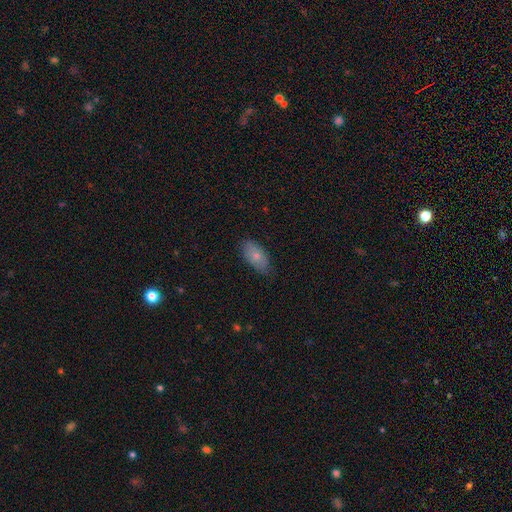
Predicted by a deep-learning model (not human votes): Q: Smooth or featured?
A: smooth (77%); runner-up: featured or disk (16%)
Q: How rounded?
A: in between (92%); runner-up: cigar-shaped (4%)
Q: Merging?
A: none (78%); runner-up: minor disturbance (18%)